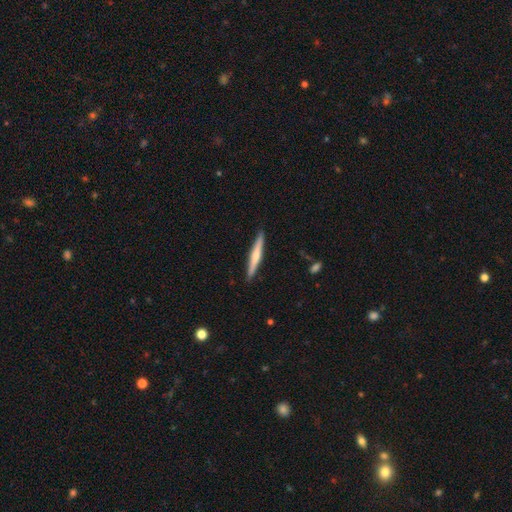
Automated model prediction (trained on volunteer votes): Smooth or featured? Predicted: featured or disk (p=0.48). Merging? Predicted: none (p=0.91).